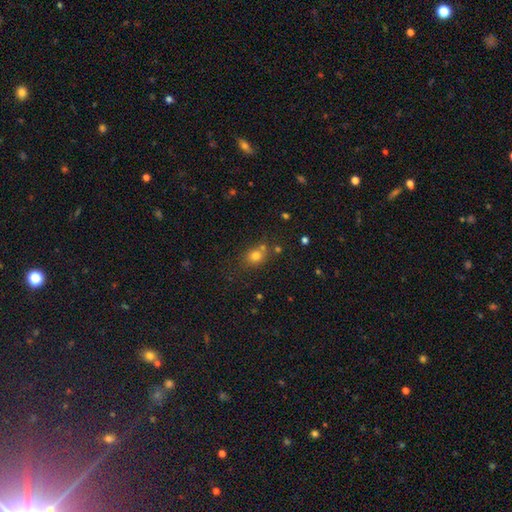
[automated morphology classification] Smooth or featured? smooth (73%)
How rounded? round (68%)
Merging? none (63%)